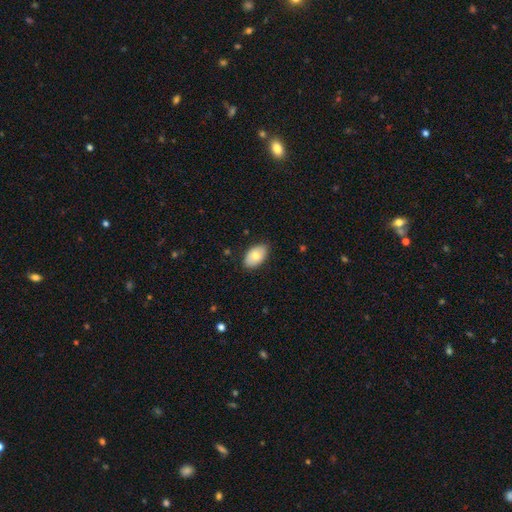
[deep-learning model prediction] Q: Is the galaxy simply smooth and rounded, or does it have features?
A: smooth — 74%.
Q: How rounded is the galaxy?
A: in between — 92%.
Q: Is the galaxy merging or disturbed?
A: none — 83%.